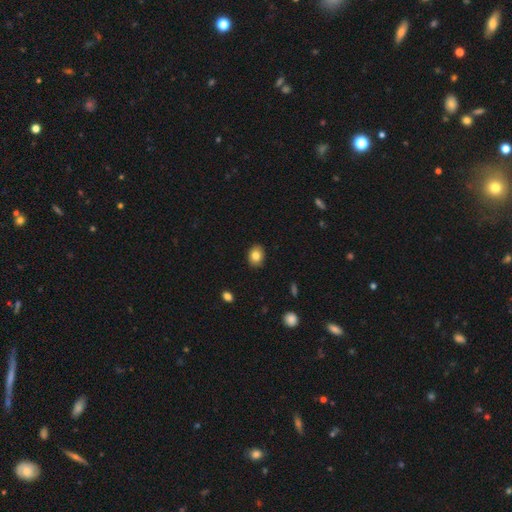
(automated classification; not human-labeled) Q: Smooth or featured?
A: smooth (82%); runner-up: star or artifact (9%)
Q: How rounded?
A: round (51%); runner-up: in between (48%)
Q: Merging?
A: none (90%); runner-up: minor disturbance (7%)